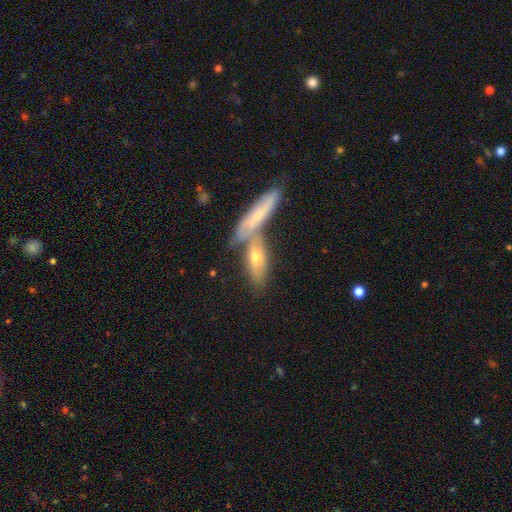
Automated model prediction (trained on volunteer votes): Smooth or featured?
  - featured or disk: 46% *
  - smooth: 42%
  - star or artifact: 12%
Merging?
  - merger: 44% *
  - none: 42%
  - minor disturbance: 9%
  - major disturbance: 5%